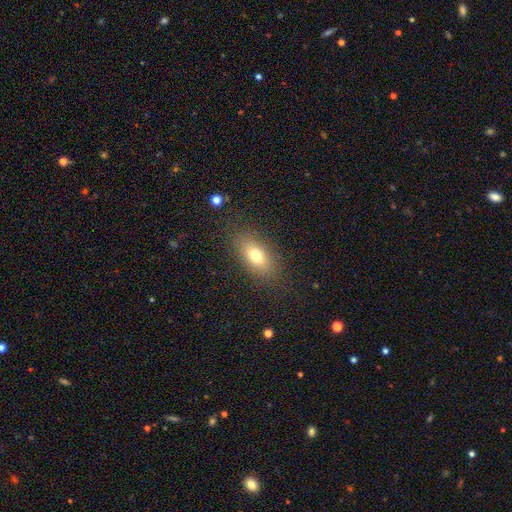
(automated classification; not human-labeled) Smooth or featured? Predicted: smooth (p=0.73). How rounded? Predicted: in between (p=0.84). Merging? Predicted: none (p=0.84).